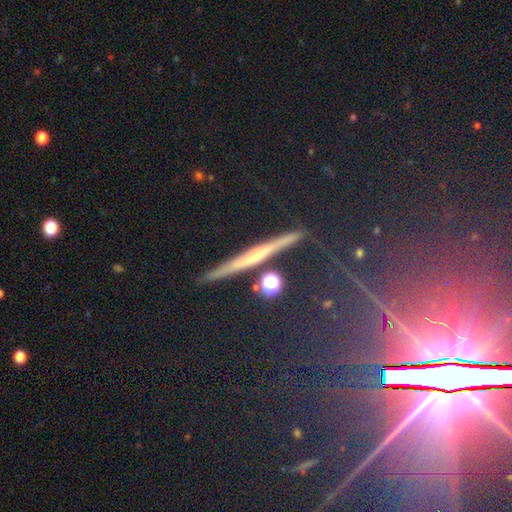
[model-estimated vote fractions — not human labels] Smooth or featured: featured or disk — 47% (smooth — 31%)
Merging: none — 86% (minor disturbance — 9%)